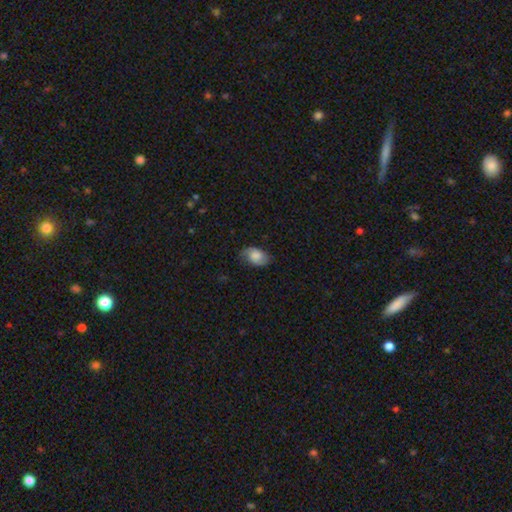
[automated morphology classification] Smooth or featured: smooth — 56% (featured or disk — 36%)
How rounded: in between — 88% (round — 10%)
Merging: none — 72% (minor disturbance — 21%)